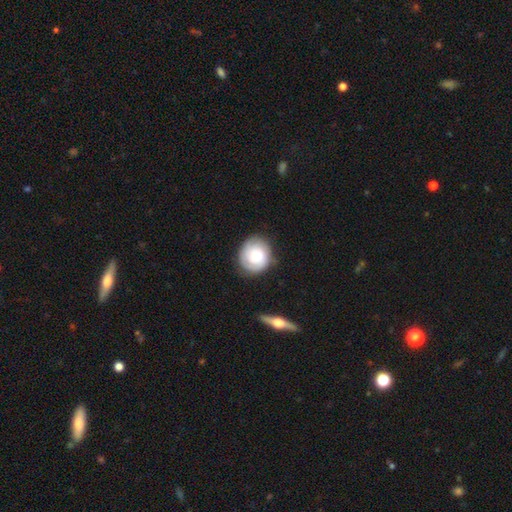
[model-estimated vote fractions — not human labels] Smooth or featured? smooth (52%)
How rounded? round (83%)
Merging? none (76%)